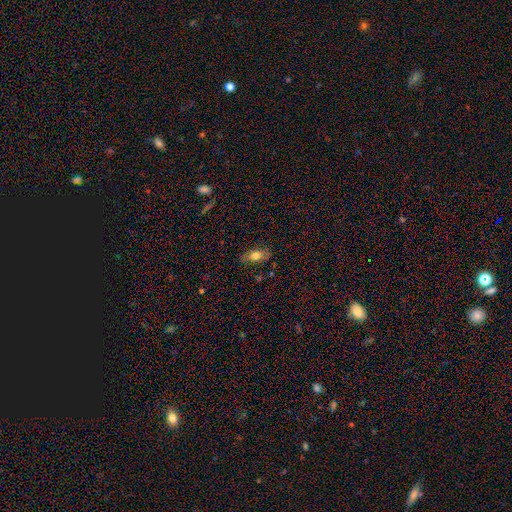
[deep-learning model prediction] A smooth galaxy with no disk features (71%) that is in between round and cigar-shaped (84%).

Vote fractions:
- Smooth or featured? smooth: 71% / featured or disk: 21% / star or artifact: 8%
- How rounded? in between: 84% / cigar-shaped: 11% / round: 5%
- Merging? none: 80% / minor disturbance: 15% / major disturbance: 3% / merger: 2%